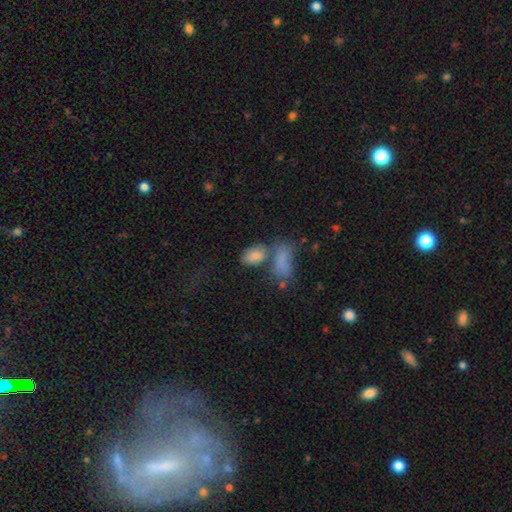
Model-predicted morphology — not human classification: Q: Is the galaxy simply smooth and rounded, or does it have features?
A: smooth — 79%.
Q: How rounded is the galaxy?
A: in between — 89%.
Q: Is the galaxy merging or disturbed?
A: merger — 43%.